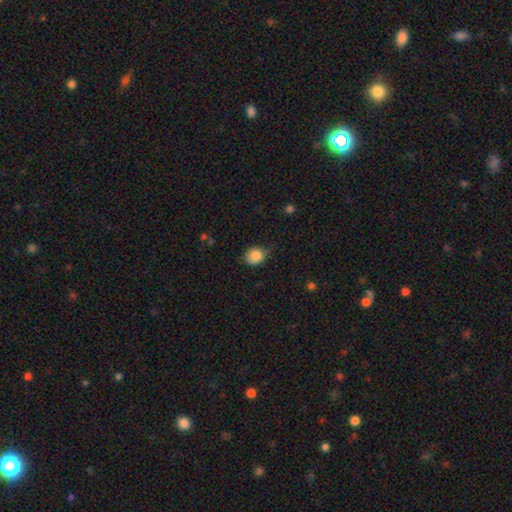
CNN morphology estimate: Overall: smooth (85%). How rounded: round (63%; in between 36%). Merging: none (64%; minor disturbance 30%).